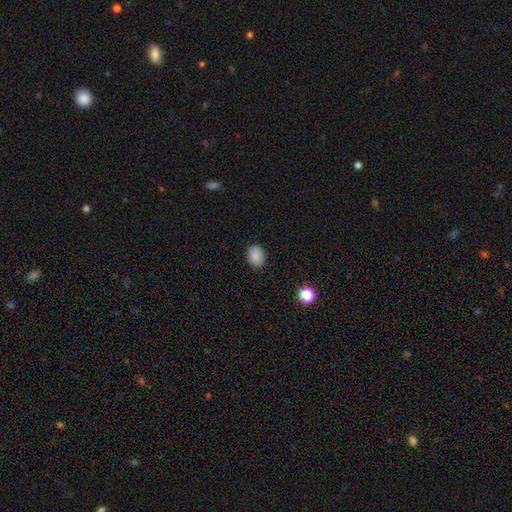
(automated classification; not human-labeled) smooth-or-featured: smooth: 86% | star or artifact: 9% | featured or disk: 5%
  how-rounded: in between: 56% | round: 43% | cigar-shaped: 1%
  merging: none: 88% | minor disturbance: 9% | major disturbance: 2% | merger: 1%